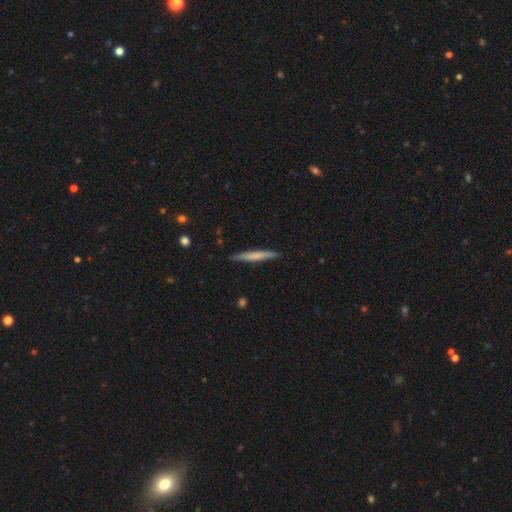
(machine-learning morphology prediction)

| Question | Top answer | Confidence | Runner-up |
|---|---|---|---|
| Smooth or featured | smooth | 58% | featured or disk (36%) |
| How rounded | cigar-shaped | 96% | in between (3%) |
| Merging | none | 90% | minor disturbance (8%) |